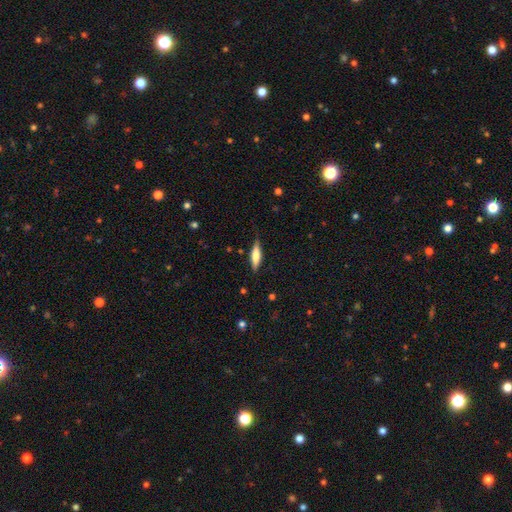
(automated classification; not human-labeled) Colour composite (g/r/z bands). It shows a smooth galaxy with no disk features (55%) that is cigar-shaped (68%). Merging: none (81%).